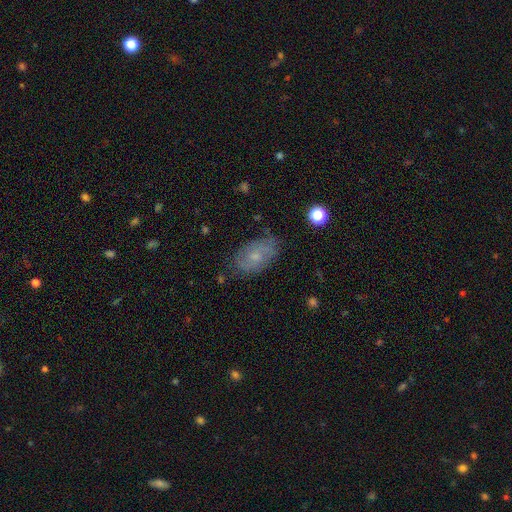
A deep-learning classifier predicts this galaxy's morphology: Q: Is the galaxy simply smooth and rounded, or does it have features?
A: smooth — 46%.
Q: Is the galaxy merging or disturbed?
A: none — 74%.